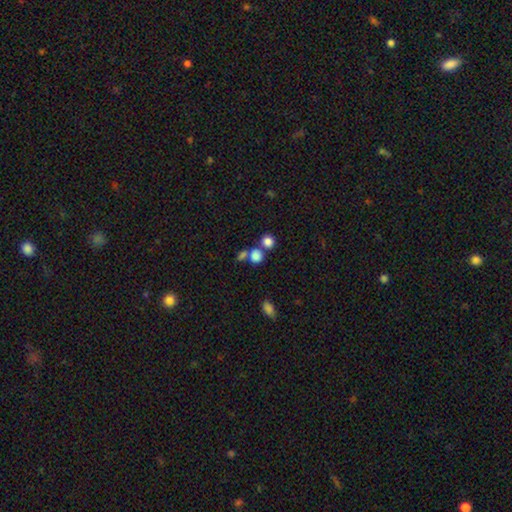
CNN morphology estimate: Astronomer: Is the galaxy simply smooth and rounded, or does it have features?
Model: smooth — 80%.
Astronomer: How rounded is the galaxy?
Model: round — 78%.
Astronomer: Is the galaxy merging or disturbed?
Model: none — 49% (runner-up: merger, 37%).